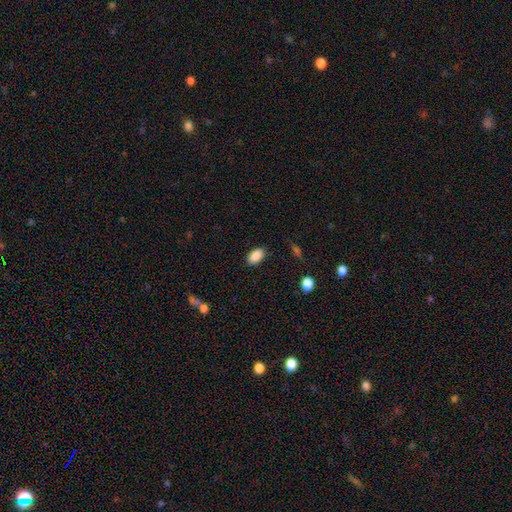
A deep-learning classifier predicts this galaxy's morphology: Smooth or featured? smooth (89%)
How rounded? in between (92%)
Merging? none (87%)